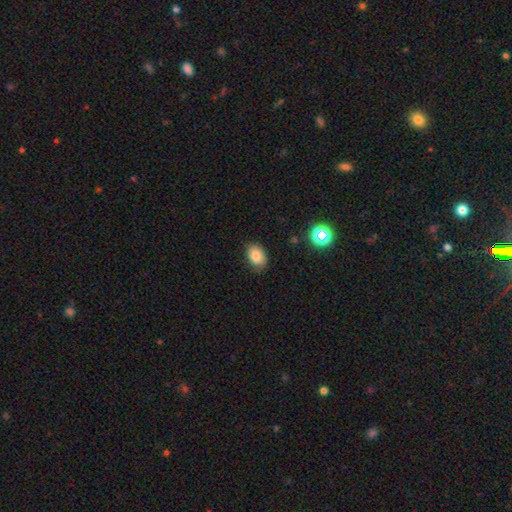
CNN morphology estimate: Smooth or featured?
  - smooth: 82% *
  - star or artifact: 10%
  - featured or disk: 8%
How rounded?
  - in between: 83% *
  - round: 16%
  - cigar-shaped: 1%
Merging?
  - none: 82% *
  - minor disturbance: 15%
  - major disturbance: 3%
  - merger: 1%